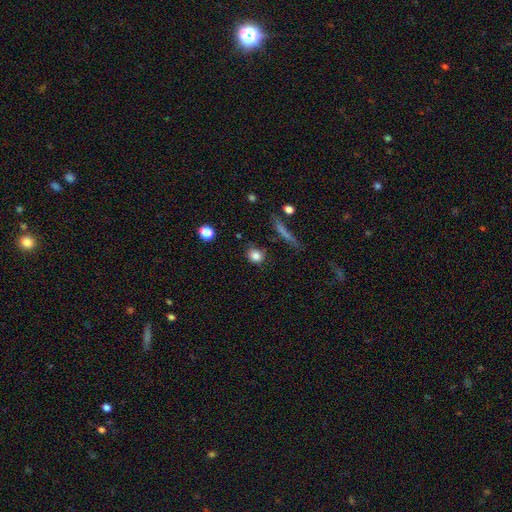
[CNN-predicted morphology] smooth_or_featured: smooth (p=0.84) [alt: star or artifact p=0.10]
how_rounded: round (p=0.75) [alt: in between p=0.21]
merging: none (p=0.79) [alt: minor disturbance p=0.13]